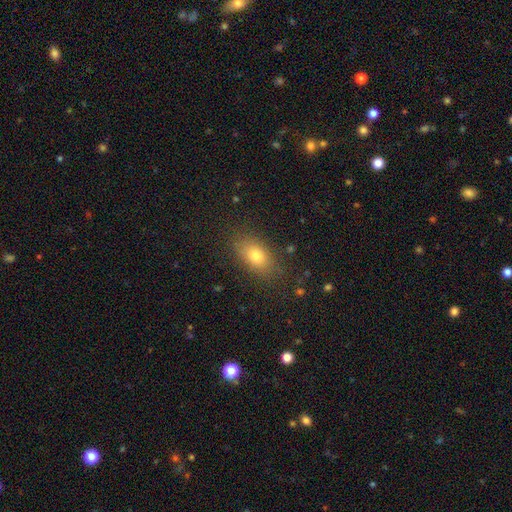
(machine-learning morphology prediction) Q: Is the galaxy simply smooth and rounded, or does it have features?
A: smooth — 78%.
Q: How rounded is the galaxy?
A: in between — 84%.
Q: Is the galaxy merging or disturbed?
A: none — 83%.